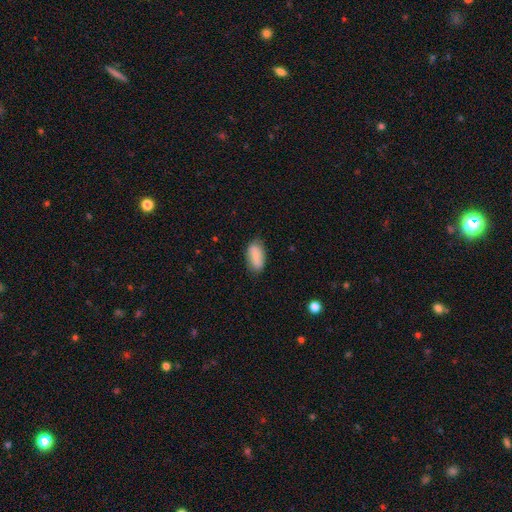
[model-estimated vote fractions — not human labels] A smooth galaxy with no disk features (84%) that is in between round and cigar-shaped (91%).

Vote fractions:
- Smooth or featured? smooth: 84% / featured or disk: 9% / star or artifact: 7%
- How rounded? in between: 91% / cigar-shaped: 6% / round: 3%
- Merging? none: 80% / minor disturbance: 16% / major disturbance: 3% / merger: 1%